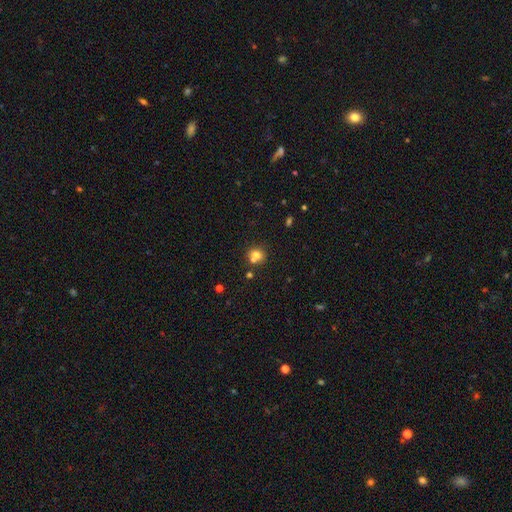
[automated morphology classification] Smooth or featured? smooth (71%)
How rounded? round (79%)
Merging? none (50%)